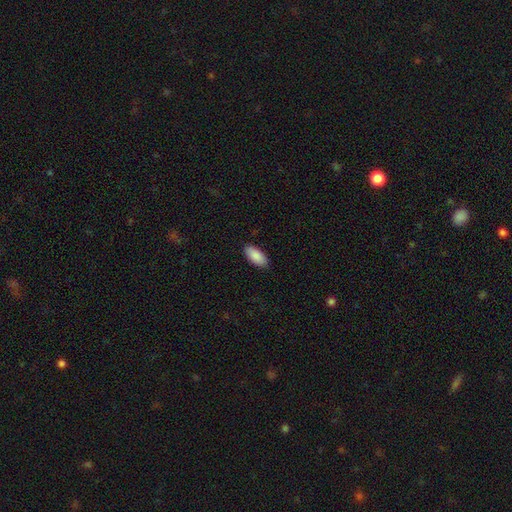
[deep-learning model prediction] Smooth or featured?
  - smooth: 90% *
  - star or artifact: 6%
  - featured or disk: 4%
How rounded?
  - in between: 92% *
  - cigar-shaped: 6%
  - round: 2%
Merging?
  - none: 88% *
  - minor disturbance: 9%
  - major disturbance: 2%
  - merger: 1%